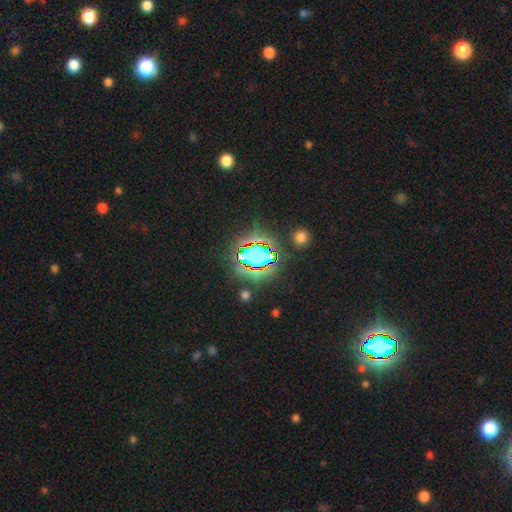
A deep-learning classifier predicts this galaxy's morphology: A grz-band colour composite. It shows a star or artifact, not a galaxy (65%).